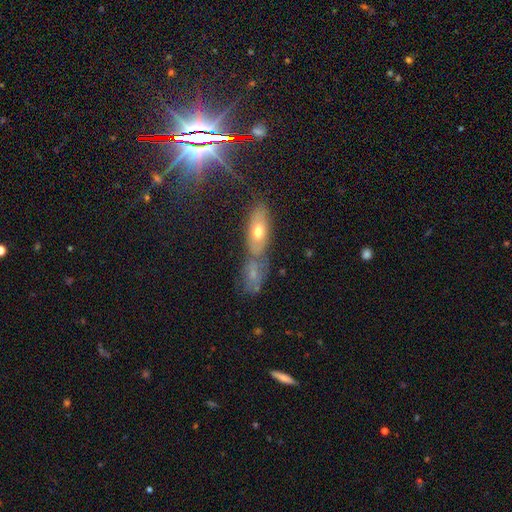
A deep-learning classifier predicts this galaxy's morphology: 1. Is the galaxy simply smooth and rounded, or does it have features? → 39% featured or disk, 38% star or artifact, 24% smooth.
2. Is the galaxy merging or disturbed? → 44% none, 31% merger, 14% minor disturbance, 11% major disturbance.